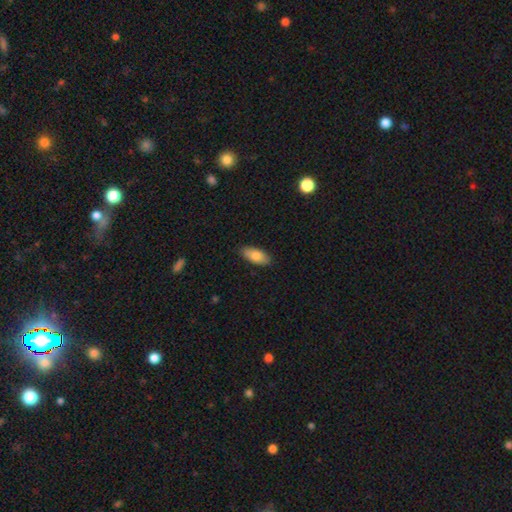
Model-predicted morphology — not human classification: This appears to be a smooth galaxy with no disk features (81%) that is in between round and cigar-shaped (85%). Merging: none (87%).